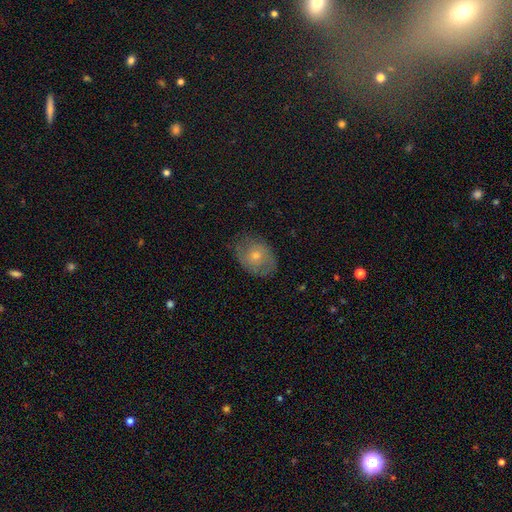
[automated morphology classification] Smooth or featured? Predicted: featured or disk (p=0.47). Merging? Predicted: none (p=0.75).